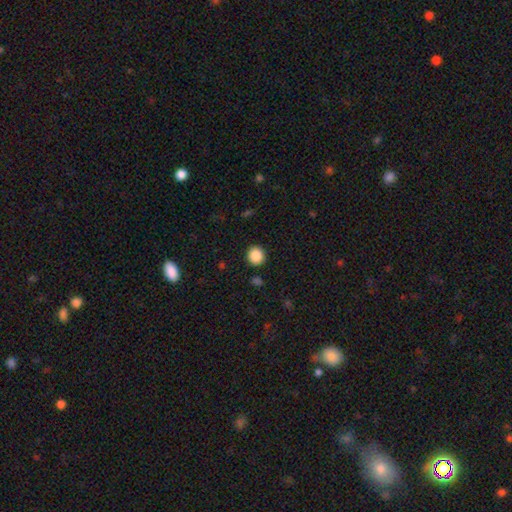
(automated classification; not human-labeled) smooth_or_featured: smooth (p=0.87) [alt: star or artifact p=0.10]
how_rounded: round (p=0.91) [alt: in between p=0.08]
merging: none (p=0.91) [alt: minor disturbance p=0.06]